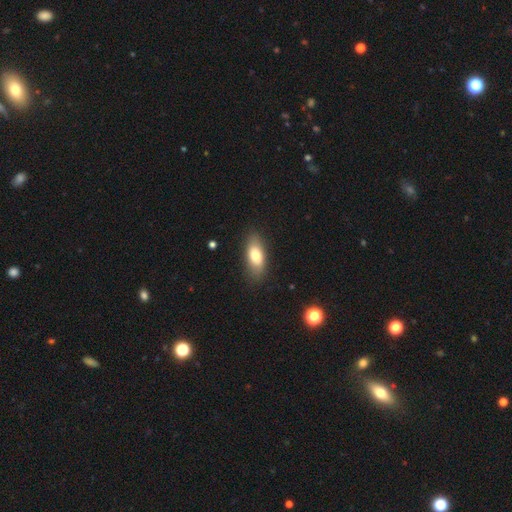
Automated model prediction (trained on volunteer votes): smooth-or-featured: smooth: 76% | featured or disk: 18% | star or artifact: 7%
  how-rounded: in between: 83% | cigar-shaped: 13% | round: 4%
  merging: none: 83% | minor disturbance: 12% | major disturbance: 3% | merger: 1%